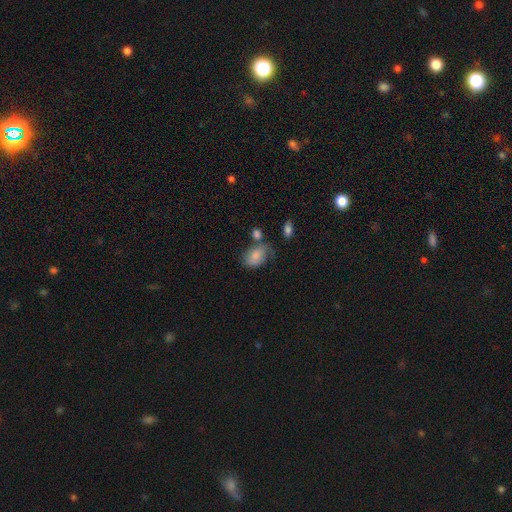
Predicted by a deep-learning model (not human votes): A smooth galaxy with no disk features (76%) that is in between round and cigar-shaped (82%).

Vote fractions:
- Smooth or featured? smooth: 76% / featured or disk: 15% / star or artifact: 8%
- How rounded? in between: 82% / round: 17% / cigar-shaped: 1%
- Merging? none: 46% / minor disturbance: 29% / merger: 13% / major disturbance: 12%